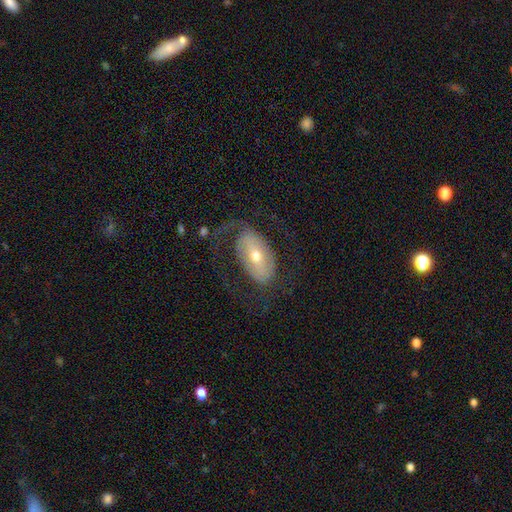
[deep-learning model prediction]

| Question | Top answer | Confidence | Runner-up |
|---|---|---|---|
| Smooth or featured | featured or disk | 69% | smooth (25%) |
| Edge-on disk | no | 92% | yes (8%) |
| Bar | strong | 36% | weak (34%) |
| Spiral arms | yes | 72% | no (28%) |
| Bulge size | moderate | 57% | small (37%) |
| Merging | none | 57% | major disturbance (26%) |